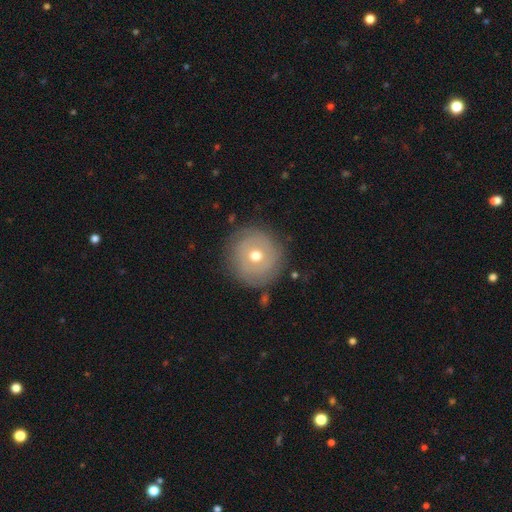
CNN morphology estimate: A featured or disk galaxy (47%). Merging: none (82%).